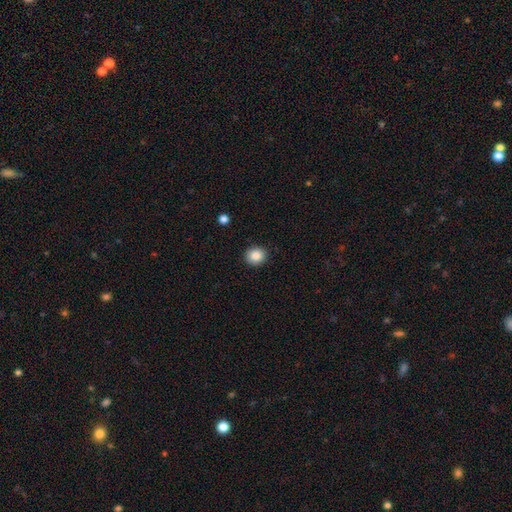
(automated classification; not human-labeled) Overall: smooth (87%). How rounded: round (78%). Merging: none (90%).